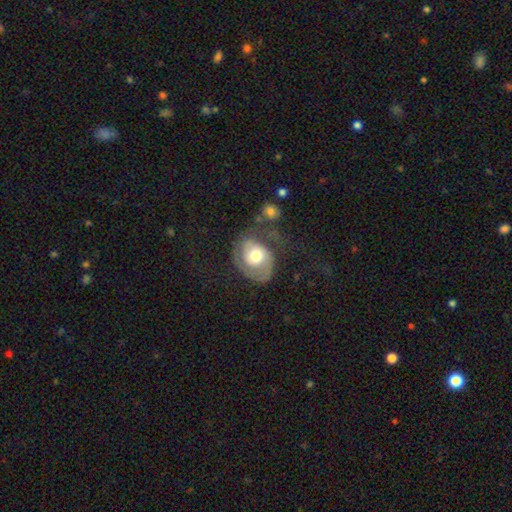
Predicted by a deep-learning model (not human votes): Q: Smooth or featured?
A: featured or disk (68%); runner-up: smooth (25%)
Q: Edge-on disk?
A: no (97%); runner-up: yes (3%)
Q: Bar?
A: no (72%); runner-up: weak (23%)
Q: Spiral arms?
A: yes (84%); runner-up: no (16%)
Q: Spiral winding?
A: tight (40%); tied with: medium (40%)
Q: Spiral arm count?
A: 2 (60%); runner-up: 1 (23%)
Q: Bulge size?
A: moderate (62%); runner-up: large (26%)
Q: Merging?
A: none (41%); runner-up: major disturbance (32%)